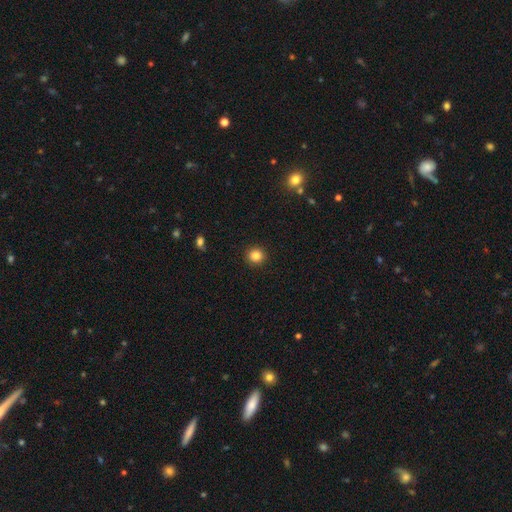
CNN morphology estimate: This appears to be a smooth galaxy with no disk features (85%) that is round (93%). Merging: none (93%).